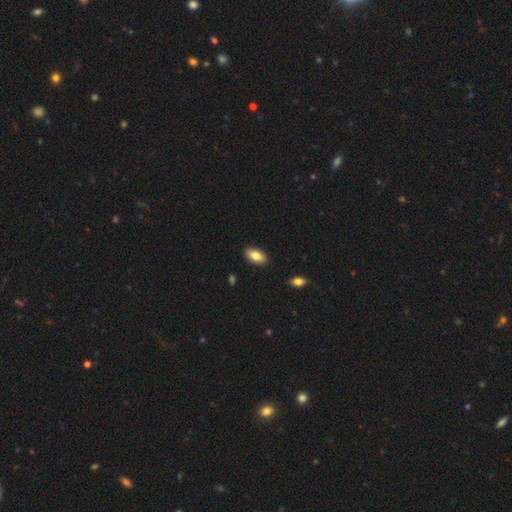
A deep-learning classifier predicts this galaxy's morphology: smooth-or-featured: smooth: 83% | featured or disk: 10% | star or artifact: 7%
  how-rounded: in between: 92% | cigar-shaped: 5% | round: 3%
  merging: none: 88% | minor disturbance: 9% | major disturbance: 2% | merger: 1%